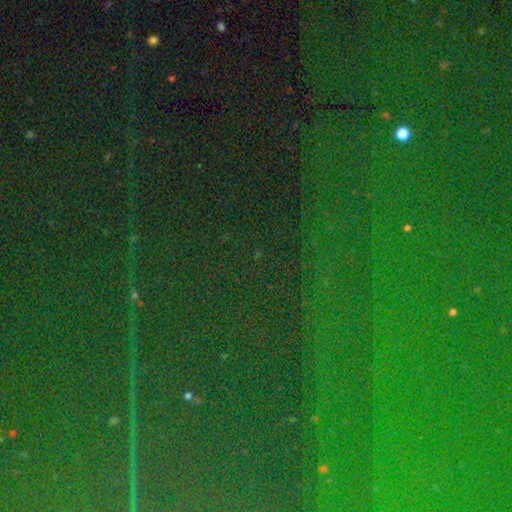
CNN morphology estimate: Overall: star or artifact (84%).